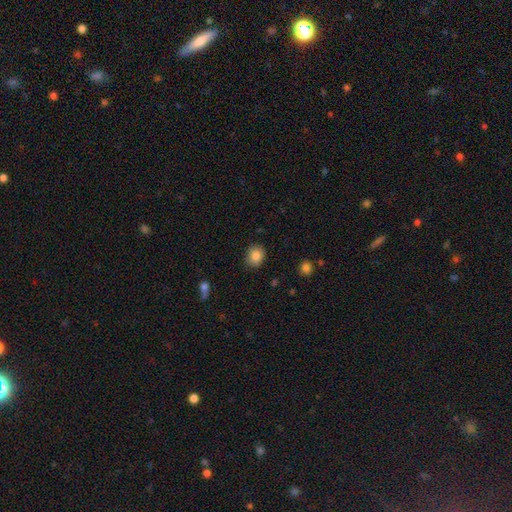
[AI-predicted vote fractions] This appears to be a smooth galaxy with no disk features (85%) that is round (60%). Merging: none (82%).